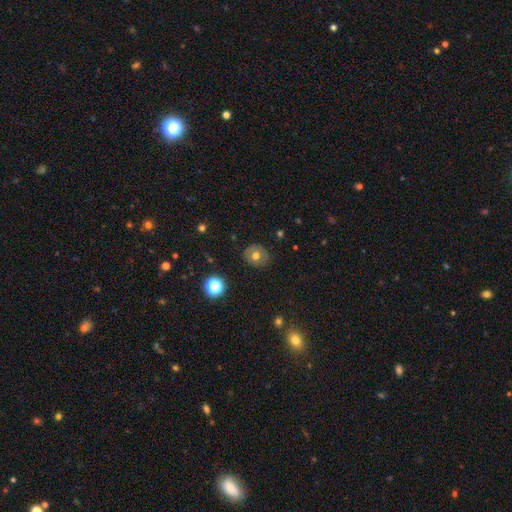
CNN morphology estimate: Smooth or featured: smooth — 60% (featured or disk — 28%)
How rounded: round — 77% (in between — 22%)
Merging: none — 84% (minor disturbance — 11%)